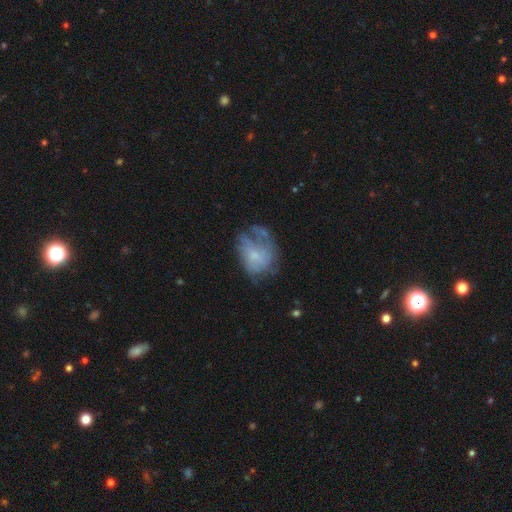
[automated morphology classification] Smooth or featured? Predicted: featured or disk (p=0.52). Edge-on disk? Predicted: no (p=0.97). Bar? Predicted: no (p=0.76). Spiral arms? Predicted: no (p=0.54). Bulge size? Predicted: small (p=0.53). Merging? Predicted: none (p=0.35).